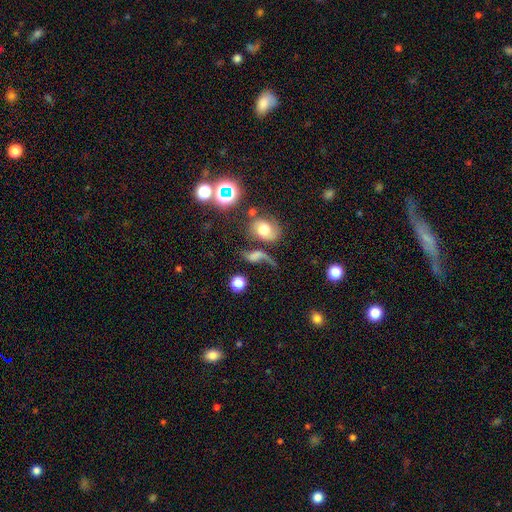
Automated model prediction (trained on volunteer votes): A smooth galaxy with no disk features (41%).

Vote fractions:
- Smooth or featured? smooth: 41% / featured or disk: 40% / star or artifact: 19%
- Merging? none: 33% / major disturbance: 27% / merger: 23% / minor disturbance: 17%